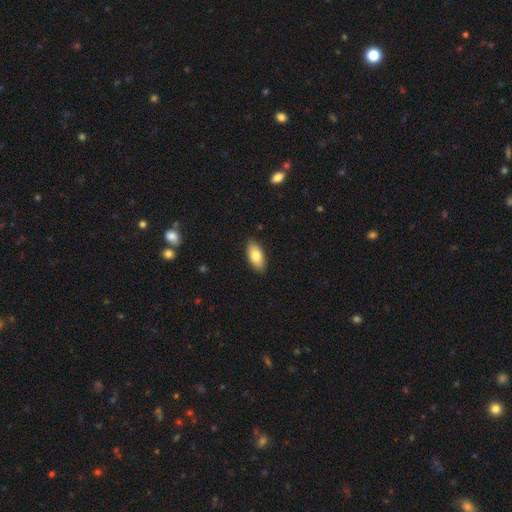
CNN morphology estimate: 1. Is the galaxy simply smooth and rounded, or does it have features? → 79% smooth, 14% featured or disk, 6% star or artifact.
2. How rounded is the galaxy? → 92% in between, 5% cigar-shaped, 3% round.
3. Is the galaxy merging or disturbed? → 89% none, 8% minor disturbance, 2% major disturbance, 1% merger.